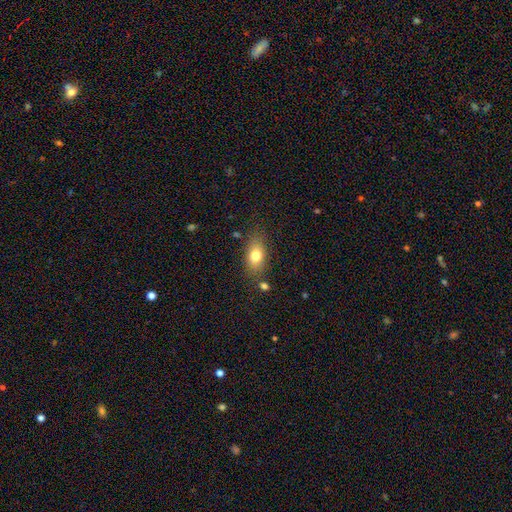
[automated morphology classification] smooth 76%, featured or disk 15%, star or artifact 9%. Down the decision tree: how rounded — in between (82%); merging — none (77%).